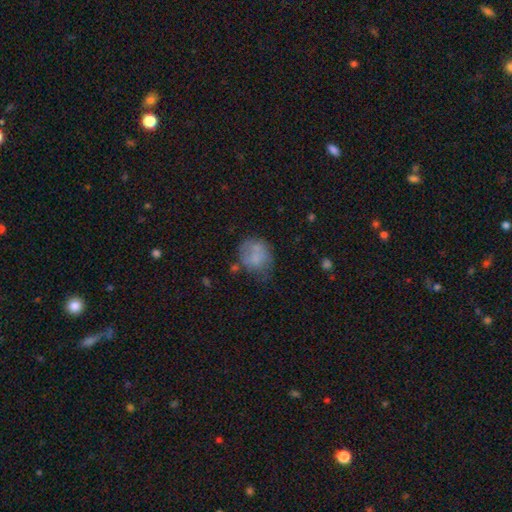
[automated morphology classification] type=smooth (69%); roundness=round (68%); merging=none (45%).